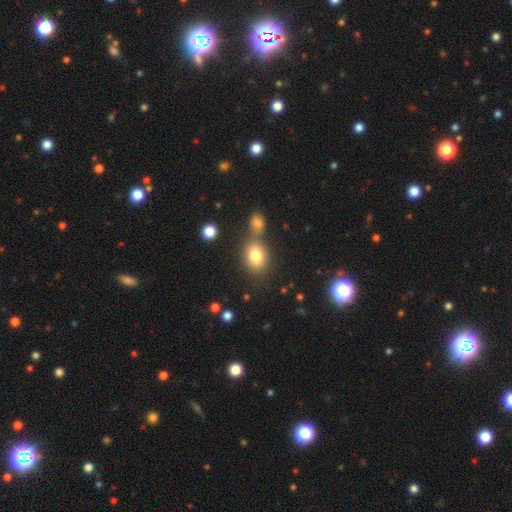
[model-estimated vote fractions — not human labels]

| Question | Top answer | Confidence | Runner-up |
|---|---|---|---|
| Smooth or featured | smooth | 80% | star or artifact (10%) |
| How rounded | in between | 61% | round (37%) |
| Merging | none | 56% | merger (27%) |